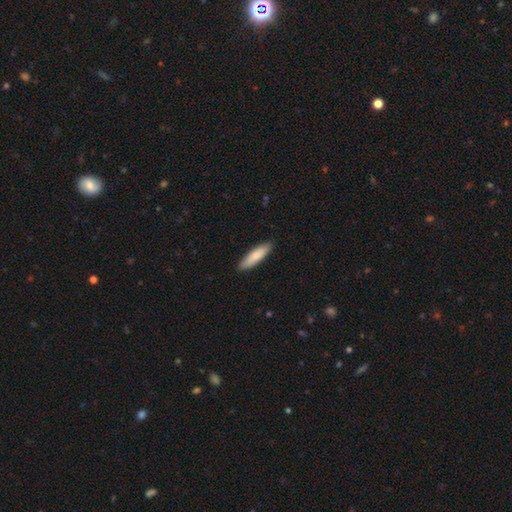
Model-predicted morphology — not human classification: Overall: smooth (82%). How rounded: cigar-shaped (67%; in between 32%). Merging: none (89%).